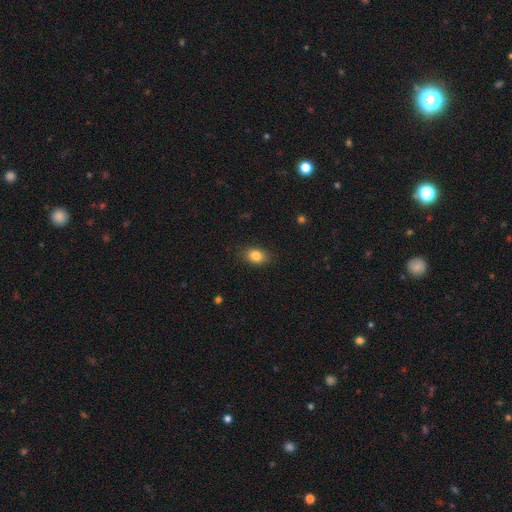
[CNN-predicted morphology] Smooth or featured?
  - smooth: 83% *
  - star or artifact: 10%
  - featured or disk: 7%
How rounded?
  - in between: 74% *
  - round: 24%
  - cigar-shaped: 2%
Merging?
  - none: 86% *
  - minor disturbance: 11%
  - major disturbance: 3%
  - merger: 1%